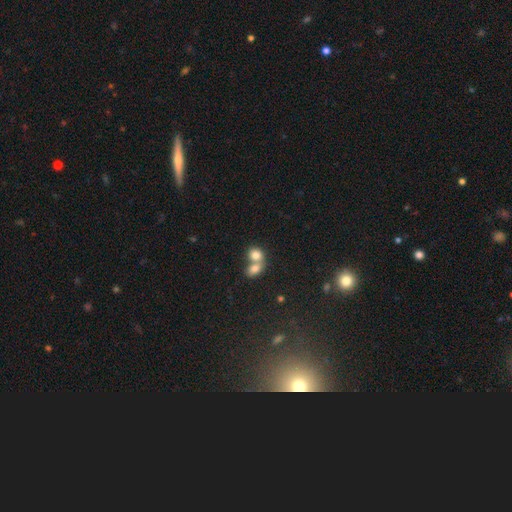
Overall: smooth (68%). How rounded: round (50%; in between 46%). Merging: merger (83%).